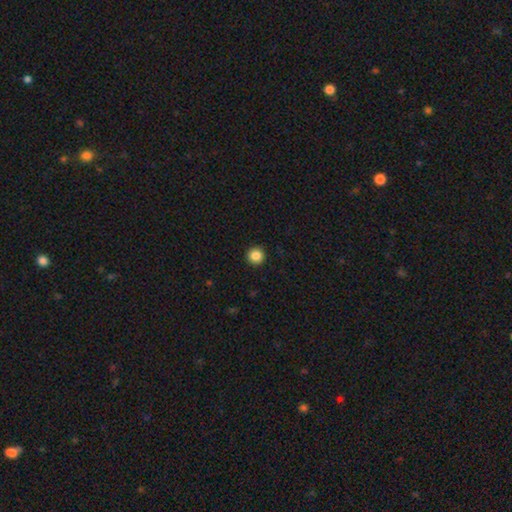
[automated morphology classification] Smooth or featured?
  - smooth: 86% *
  - star or artifact: 10%
  - featured or disk: 4%
How rounded?
  - round: 96% *
  - in between: 3%
  - cigar-shaped: 1%
Merging?
  - none: 93% *
  - minor disturbance: 4%
  - major disturbance: 1%
  - merger: 1%